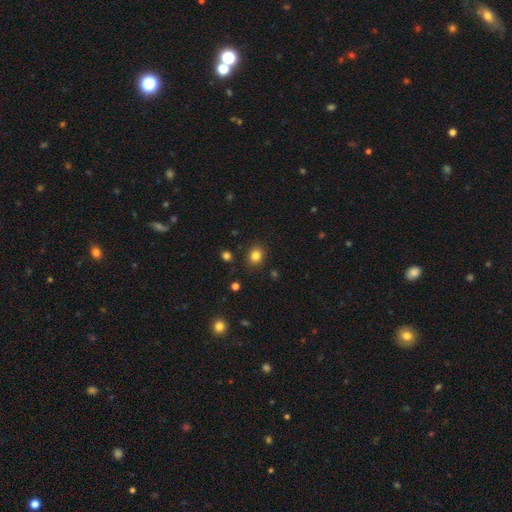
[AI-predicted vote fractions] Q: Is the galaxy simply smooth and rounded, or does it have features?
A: smooth — 83%.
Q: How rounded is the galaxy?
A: round — 65%.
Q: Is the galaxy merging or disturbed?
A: none — 88%.